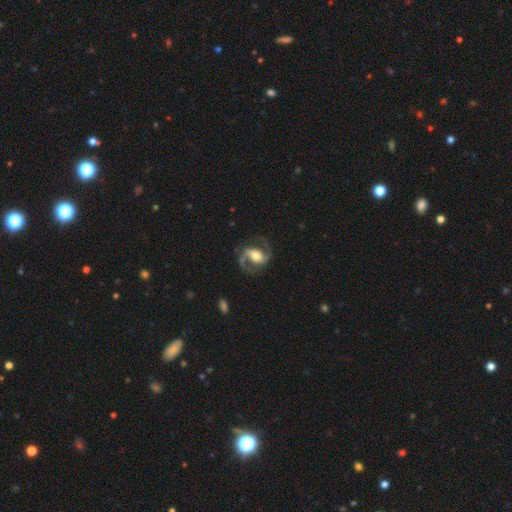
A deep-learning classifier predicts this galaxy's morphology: The model was most divided on "bar": weak: 38%, no: 33%, strong: 29%. More confident: edge-on disk — no (97%); spiral arms — yes (95%); spiral arm count — 2 (92%); smooth or featured — featured or disk (86%); merging — none (74%); bulge size — moderate (61%); spiral winding — medium (58%).